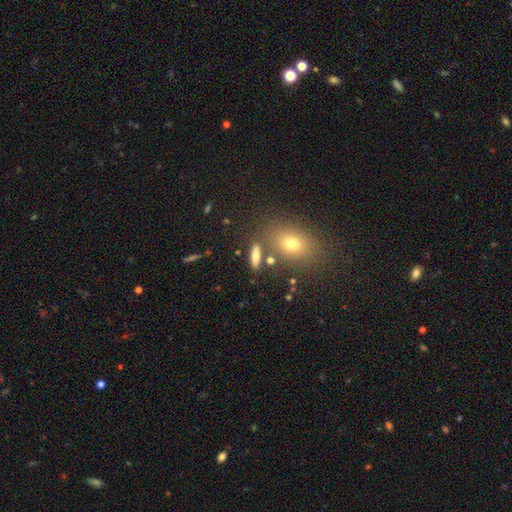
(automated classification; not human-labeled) Smooth or featured? smooth (69%)
How rounded? cigar-shaped (49%)
Merging? none (74%)